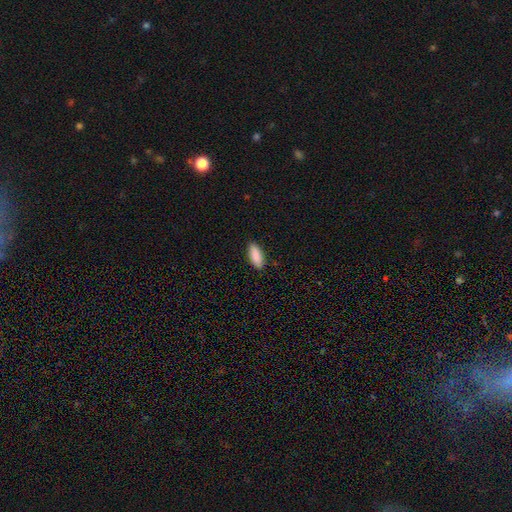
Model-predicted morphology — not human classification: Q: Smooth or featured?
A: smooth (90%); runner-up: star or artifact (6%)
Q: How rounded?
A: in between (77%); runner-up: cigar-shaped (21%)
Q: Merging?
A: none (90%); runner-up: minor disturbance (7%)